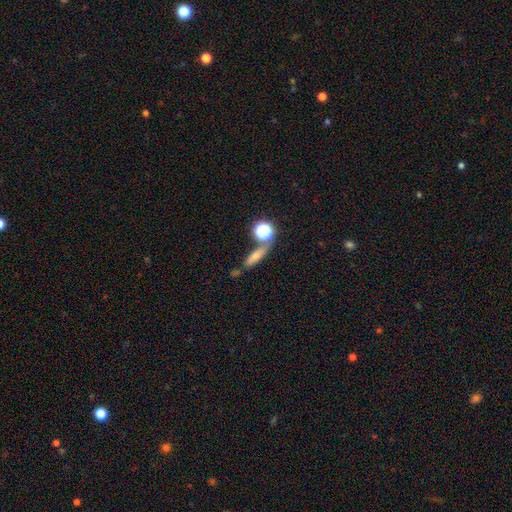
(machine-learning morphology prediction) Smooth or featured? Predicted: smooth (p=0.62). How rounded? Predicted: cigar-shaped (p=0.55). Merging? Predicted: none (p=0.61).